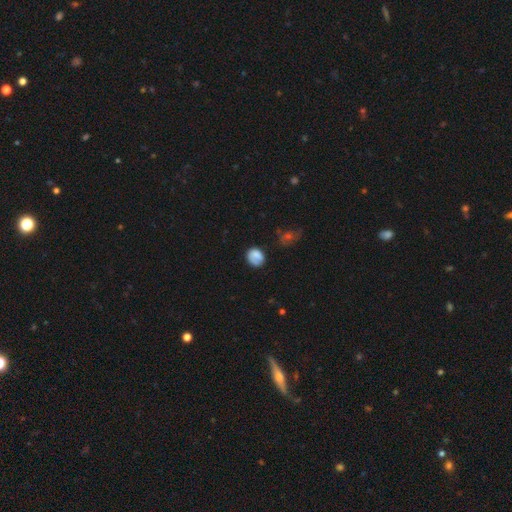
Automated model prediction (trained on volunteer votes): A smooth galaxy with no disk features (75%) that is round (65%).

Vote fractions:
- Smooth or featured? smooth: 75% / featured or disk: 15% / star or artifact: 10%
- How rounded? round: 65% / in between: 34% / cigar-shaped: 1%
- Merging? none: 62% / minor disturbance: 24% / major disturbance: 10% / merger: 3%